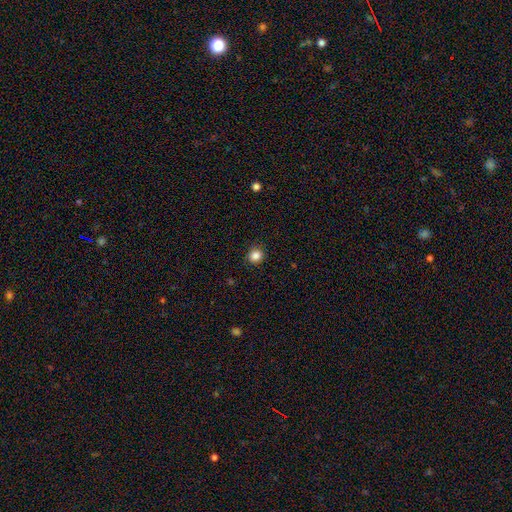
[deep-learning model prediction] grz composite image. It shows a smooth galaxy with no disk features (85%) that is round (87%). Merging: none (90%).